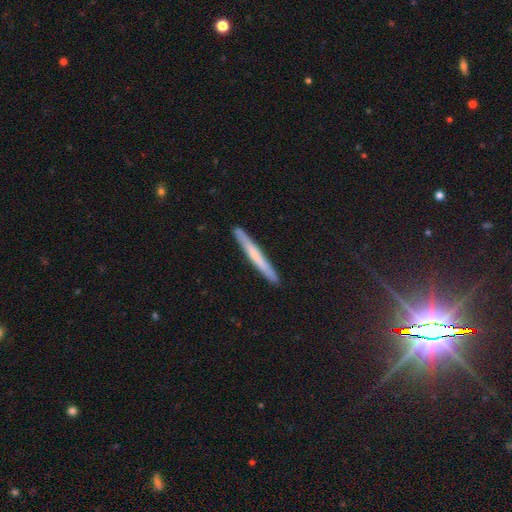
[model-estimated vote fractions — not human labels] Q: Smooth or featured?
A: smooth (54%); runner-up: featured or disk (39%)
Q: How rounded?
A: cigar-shaped (97%); runner-up: in between (2%)
Q: Merging?
A: none (90%); runner-up: minor disturbance (8%)